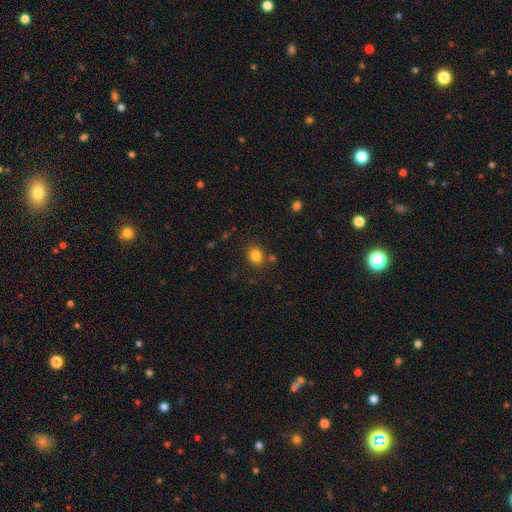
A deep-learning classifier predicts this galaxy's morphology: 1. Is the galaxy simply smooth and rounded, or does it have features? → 83% smooth, 11% star or artifact, 5% featured or disk.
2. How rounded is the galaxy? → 60% round, 39% in between, 1% cigar-shaped.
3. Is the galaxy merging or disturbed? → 78% none, 12% minor disturbance, 7% merger, 4% major disturbance.